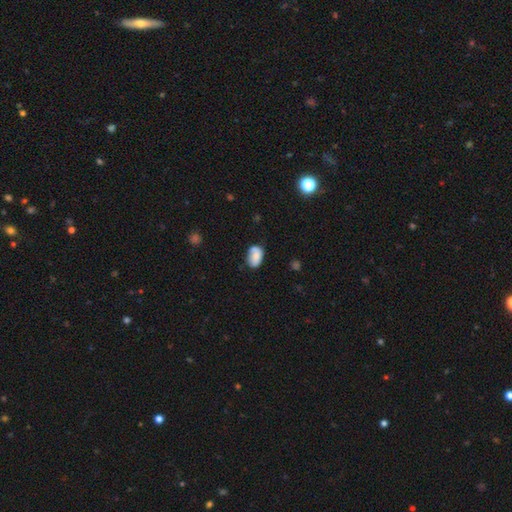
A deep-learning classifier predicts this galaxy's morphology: Q: Smooth or featured?
A: smooth (75%); runner-up: featured or disk (17%)
Q: How rounded?
A: in between (86%); runner-up: round (12%)
Q: Merging?
A: none (54%); runner-up: minor disturbance (25%)